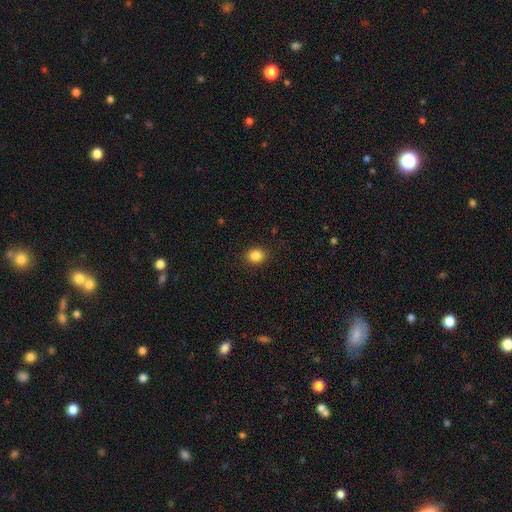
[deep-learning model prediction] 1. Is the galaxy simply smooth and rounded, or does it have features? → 85% smooth, 11% star or artifact, 4% featured or disk.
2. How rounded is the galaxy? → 76% round, 23% in between, 1% cigar-shaped.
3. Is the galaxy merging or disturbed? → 90% none, 7% minor disturbance, 2% major disturbance, 1% merger.